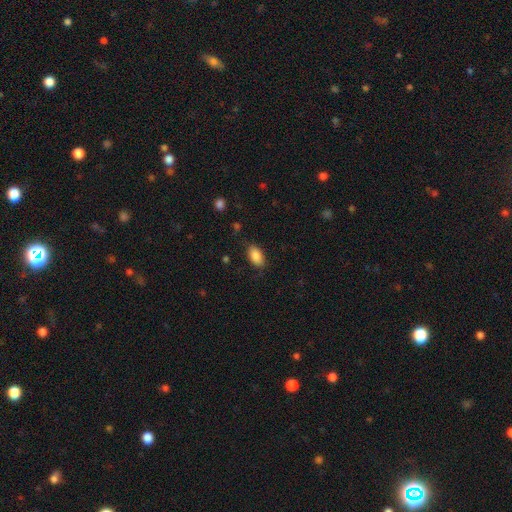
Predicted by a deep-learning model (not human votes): Smooth or featured: smooth — 88% (star or artifact — 7%)
How rounded: in between — 93% (round — 5%)
Merging: none — 81% (minor disturbance — 14%)